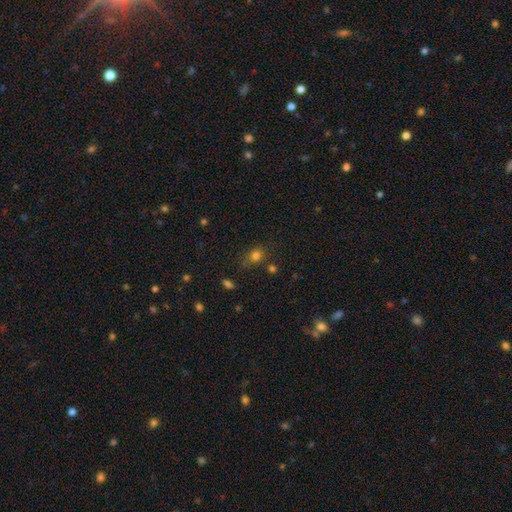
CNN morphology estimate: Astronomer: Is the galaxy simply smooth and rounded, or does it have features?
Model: smooth — 77%.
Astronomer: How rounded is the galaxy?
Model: round — 53% (runner-up: in between, 45%).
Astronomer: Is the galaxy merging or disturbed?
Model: none — 69%.